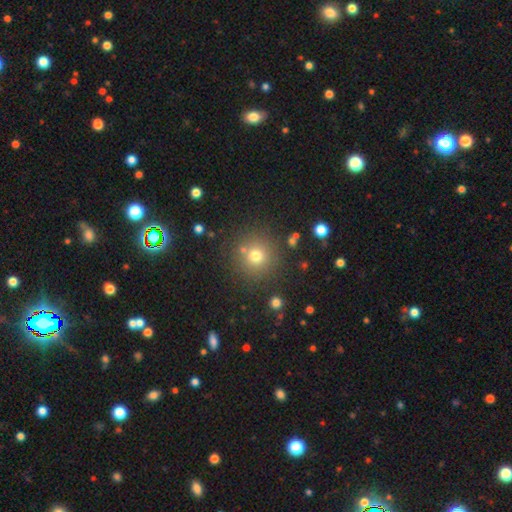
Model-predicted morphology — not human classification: smooth 73%, star or artifact 17%, featured or disk 10%. Down the decision tree: how rounded — round (94%); merging — none (84%).